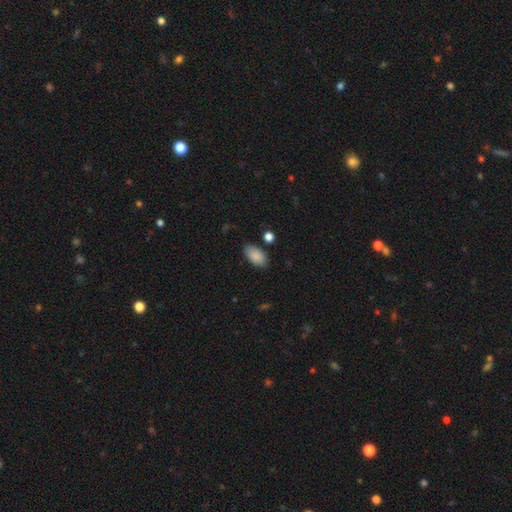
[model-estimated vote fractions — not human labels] Smooth or featured? smooth (88%)
How rounded? in between (94%)
Merging? none (82%)